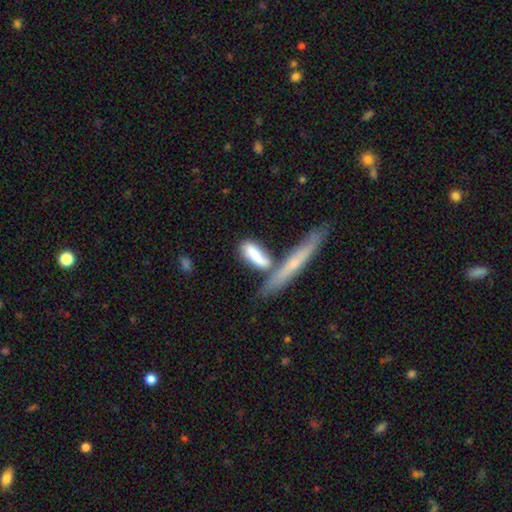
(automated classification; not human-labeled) A smooth galaxy with no disk features (68%) that is cigar-shaped (50%). Merging: none (38%).